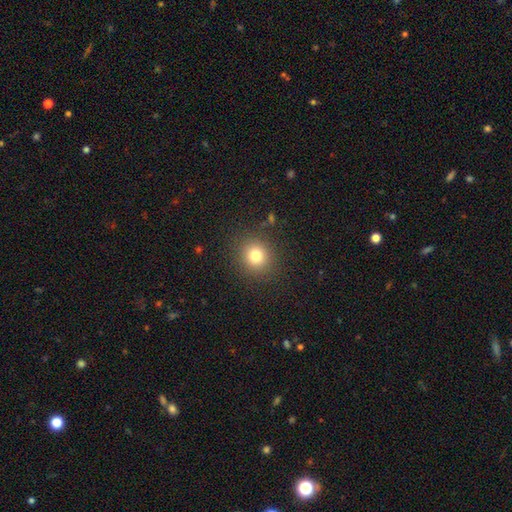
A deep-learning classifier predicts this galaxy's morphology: A smooth galaxy with no disk features (79%) that is round (88%). Merging: none (88%).